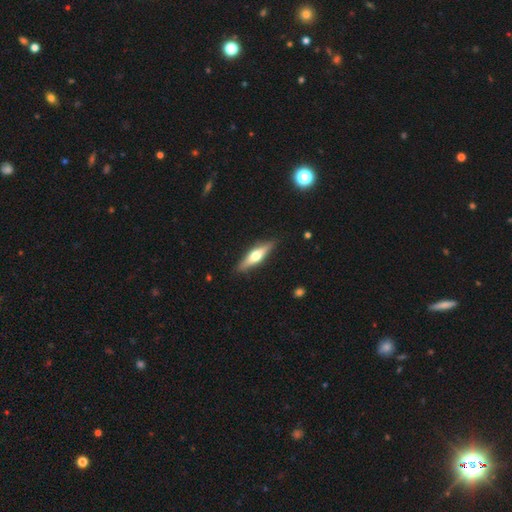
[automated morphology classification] featured or disk 56%, smooth 39%, star or artifact 5%. Down the decision tree: edge-on disk — yes (94%); edge-on bulge — rounded (93%); merging — none (89%).